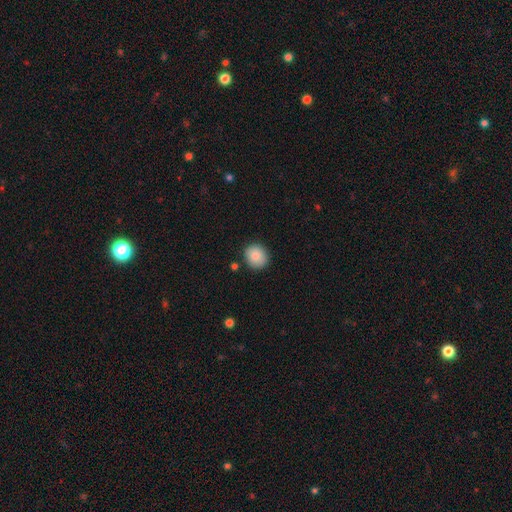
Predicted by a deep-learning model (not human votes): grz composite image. It shows a smooth galaxy with no disk features (86%) that is round (85%). Merging: none (87%).